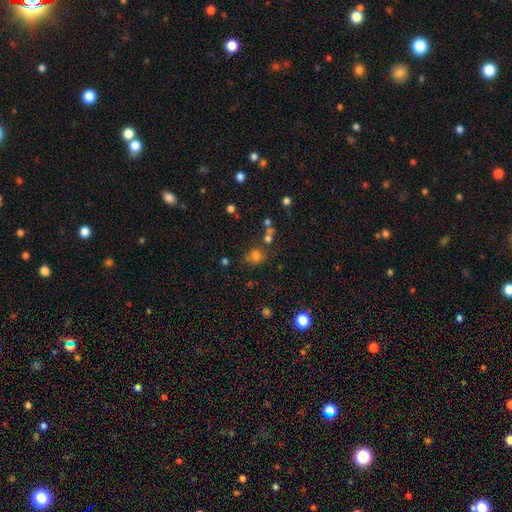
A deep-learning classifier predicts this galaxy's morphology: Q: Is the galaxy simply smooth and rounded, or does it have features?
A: smooth — 69%.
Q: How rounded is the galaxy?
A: round — 68%.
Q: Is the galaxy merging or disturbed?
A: none — 58%.